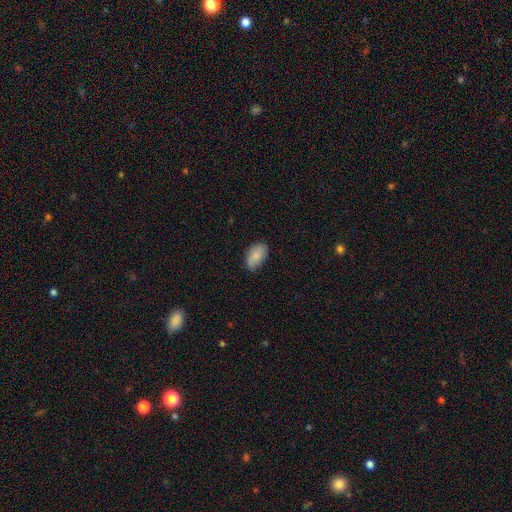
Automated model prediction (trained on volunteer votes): Overall: smooth (83%). How rounded: in between (94%). Merging: none (75%).